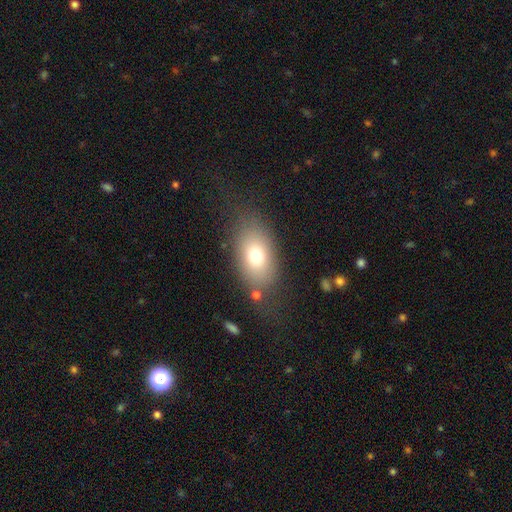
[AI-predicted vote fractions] Q: Smooth or featured?
A: smooth (73%); runner-up: featured or disk (16%)
Q: How rounded?
A: in between (86%); runner-up: round (11%)
Q: Merging?
A: none (72%); runner-up: minor disturbance (15%)